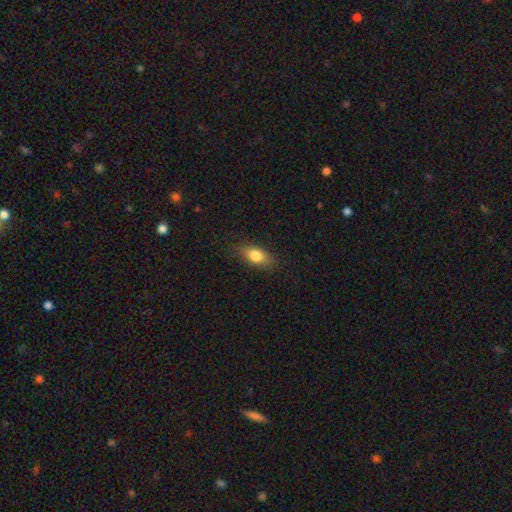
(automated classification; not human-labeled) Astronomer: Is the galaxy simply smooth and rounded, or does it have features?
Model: smooth — 80%.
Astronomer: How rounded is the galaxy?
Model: in between — 81%.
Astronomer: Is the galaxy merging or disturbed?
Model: none — 83%.